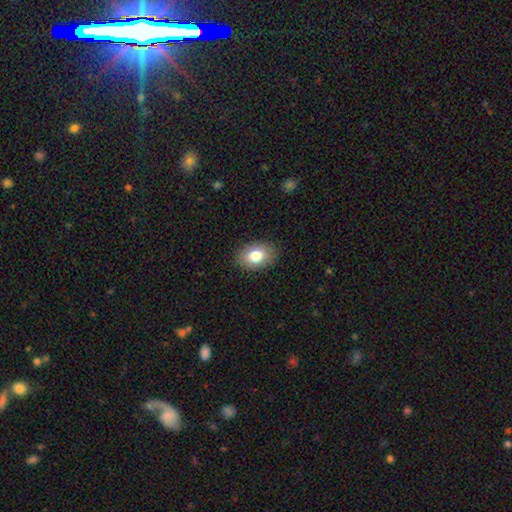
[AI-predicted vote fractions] Smooth or featured? Predicted: smooth (p=0.80). How rounded? Predicted: in between (p=0.79). Merging? Predicted: none (p=0.88).